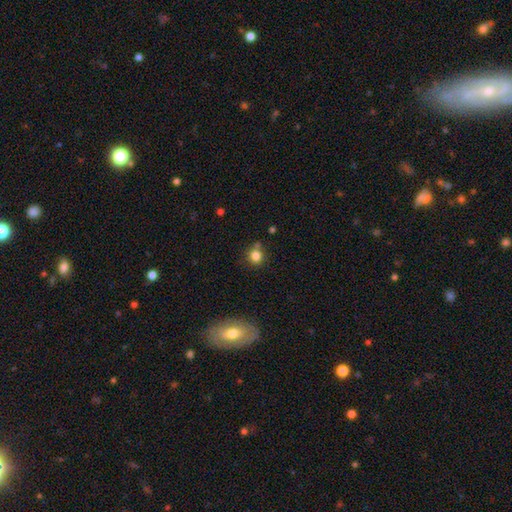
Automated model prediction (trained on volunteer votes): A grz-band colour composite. It shows a smooth galaxy with no disk features (82%) that is round (88%). Merging: none (71%).